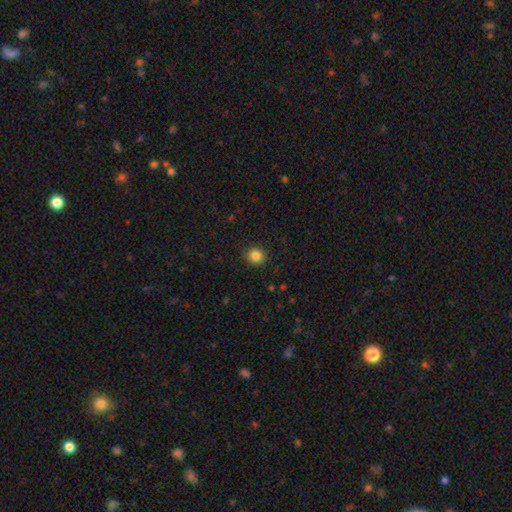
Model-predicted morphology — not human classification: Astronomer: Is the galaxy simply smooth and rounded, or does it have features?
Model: smooth — 85%.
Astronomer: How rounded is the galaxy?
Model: round — 86%.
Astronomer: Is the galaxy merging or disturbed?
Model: none — 90%.